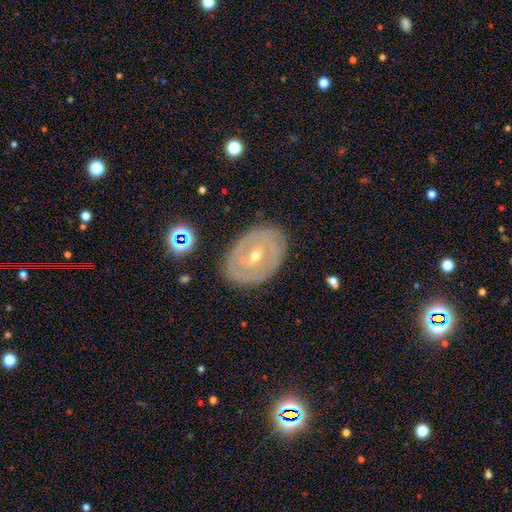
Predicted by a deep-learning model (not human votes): smooth_or_featured: featured or disk (p=0.74) [alt: smooth p=0.19]
disk_edge_on: no (p=0.94) [alt: yes p=0.06]
bar: no (p=0.46) [alt: weak p=0.36]
has_spiral_arms: no (p=0.52) [alt: yes p=0.48]
bulge_size: small (p=0.52) [alt: moderate p=0.45]
merging: none (p=0.80) [alt: minor disturbance p=0.14]